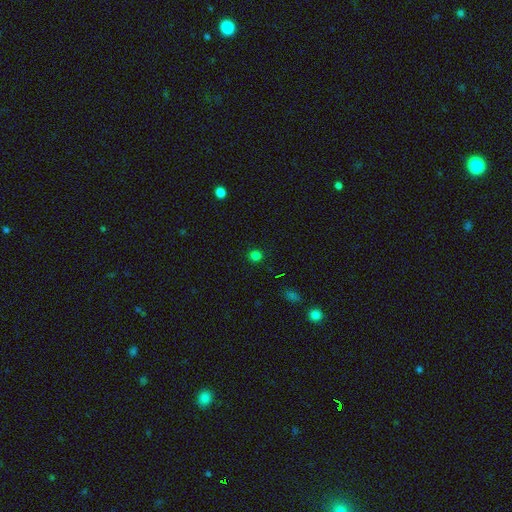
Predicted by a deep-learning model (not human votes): smooth 80%, star or artifact 17%, featured or disk 3%. Down the decision tree: how rounded — round (93%); merging — none (91%).